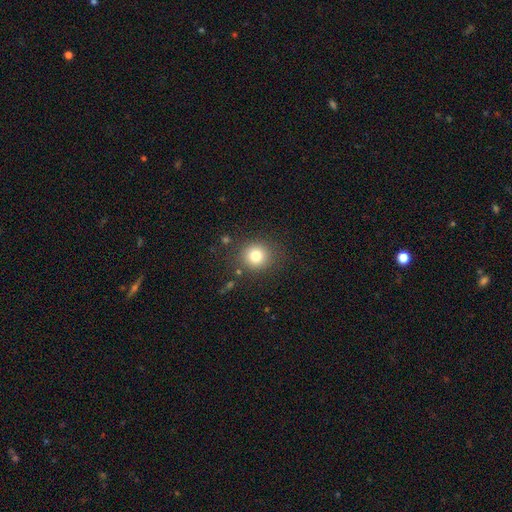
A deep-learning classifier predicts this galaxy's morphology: Q: Smooth or featured?
A: smooth (79%); runner-up: star or artifact (13%)
Q: How rounded?
A: round (89%); runner-up: in between (10%)
Q: Merging?
A: none (85%); runner-up: minor disturbance (9%)